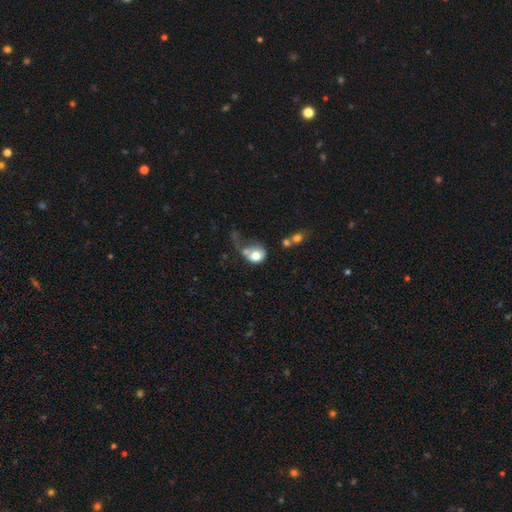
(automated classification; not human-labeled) Overall: smooth (71%). How rounded: round (66%; in between 33%). Merging: major disturbance (35%; merger 27%).